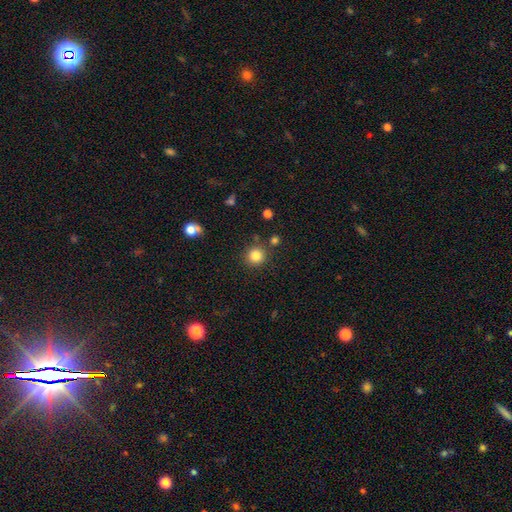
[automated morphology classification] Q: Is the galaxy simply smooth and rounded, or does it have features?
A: smooth — 83%.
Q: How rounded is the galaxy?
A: round — 92%.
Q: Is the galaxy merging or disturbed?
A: none — 85%.